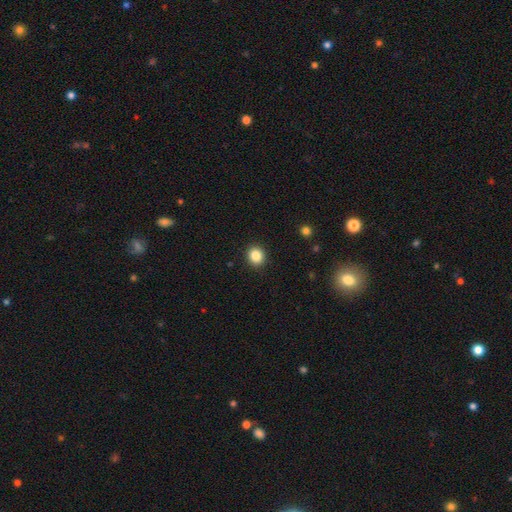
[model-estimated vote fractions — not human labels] Morphology: type=smooth (86%); roundness=round (81%); merging=none (91%).